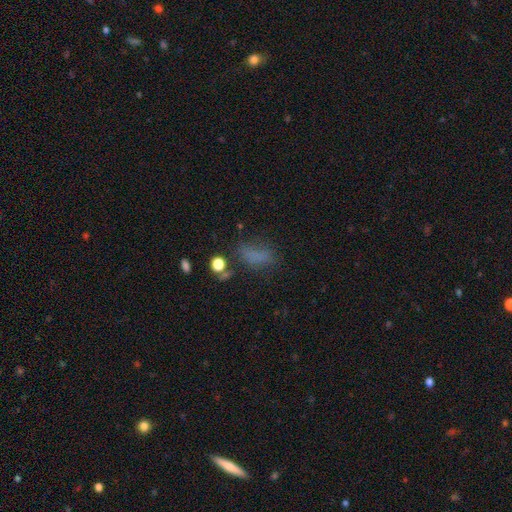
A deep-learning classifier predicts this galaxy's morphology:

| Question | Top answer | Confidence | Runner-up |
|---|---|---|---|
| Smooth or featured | smooth | 66% | star or artifact (21%) |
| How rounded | in between | 73% | cigar-shaped (15%) |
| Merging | none | 54% | minor disturbance (22%) |